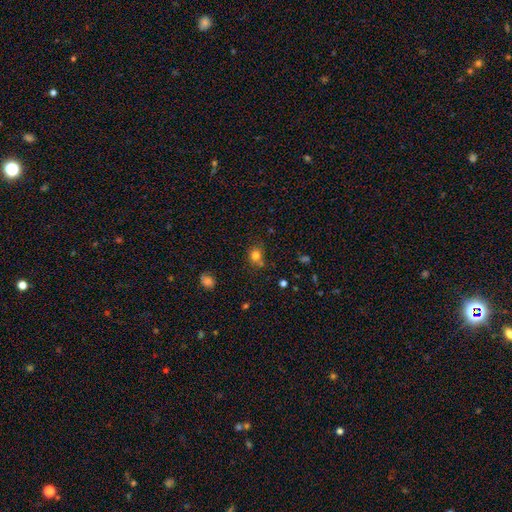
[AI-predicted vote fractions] smooth-or-featured: smooth: 78% | star or artifact: 14% | featured or disk: 7%
  how-rounded: round: 77% | in between: 22% | cigar-shaped: 1%
  merging: none: 66% | minor disturbance: 15% | merger: 14% | major disturbance: 4%